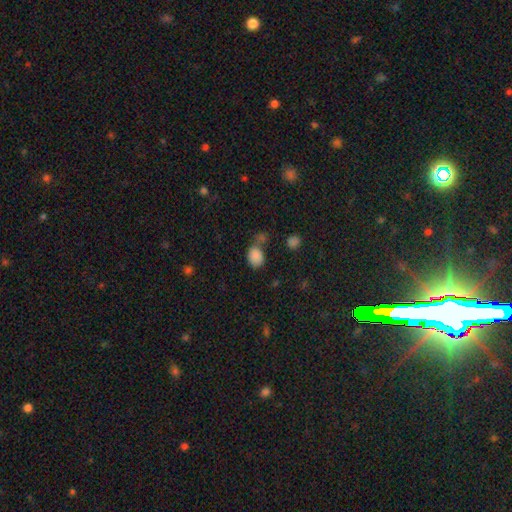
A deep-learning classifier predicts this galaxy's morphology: Overall: smooth (84%). How rounded: in between (54%; round 45%). Merging: none (48%; merger 28%).